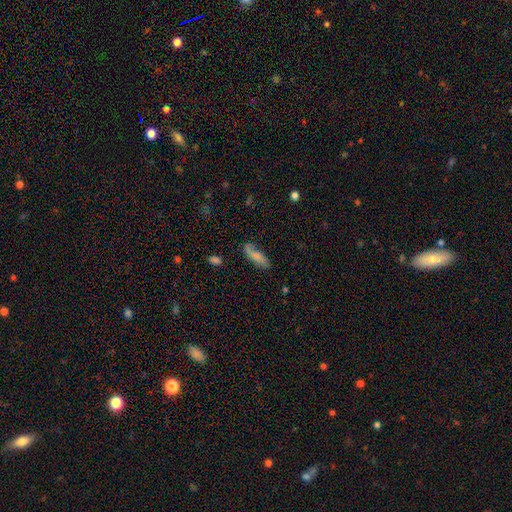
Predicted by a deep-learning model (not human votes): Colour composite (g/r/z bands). It shows a smooth galaxy with no disk features (66%) that is in between round and cigar-shaped (60%). Merging: none (62%).